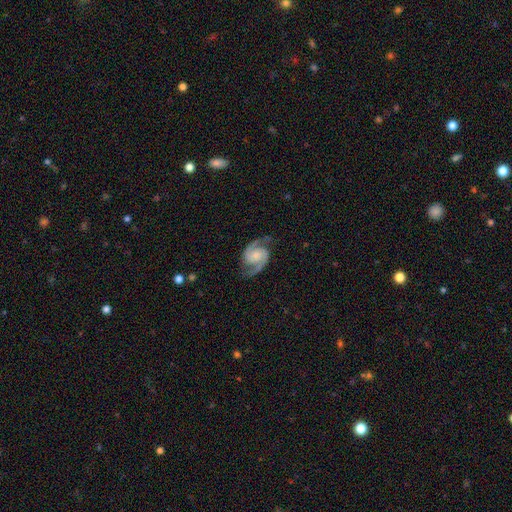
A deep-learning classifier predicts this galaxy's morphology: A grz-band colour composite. It shows a featured or disk galaxy (93%) with no bar (58%), 2 (95%) medium (62%) spiral arms (99%) and a moderate central bulge (35%). Merging: none (83%).